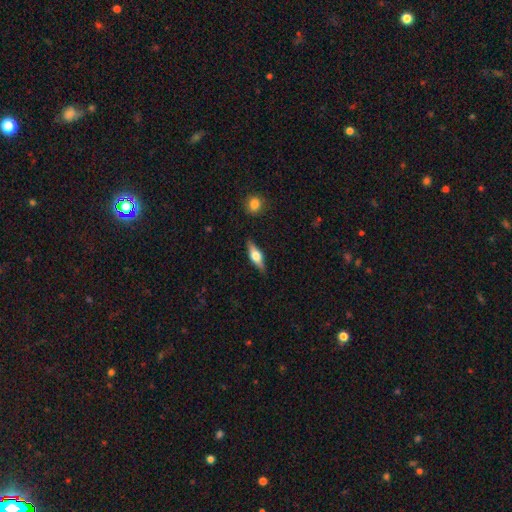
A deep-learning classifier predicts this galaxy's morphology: Overall: featured or disk (50%; smooth 43%). Edge-on disk: yes (92%). Merging: none (86%).